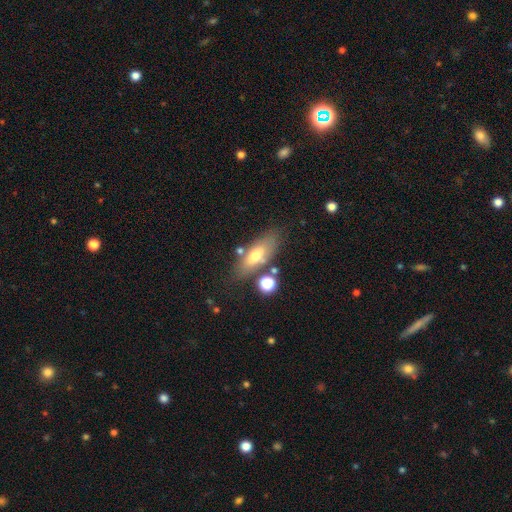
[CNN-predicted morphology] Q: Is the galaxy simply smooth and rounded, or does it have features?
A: smooth — 59%.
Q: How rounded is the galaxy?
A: in between — 62%.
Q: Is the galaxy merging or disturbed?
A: none — 70%.